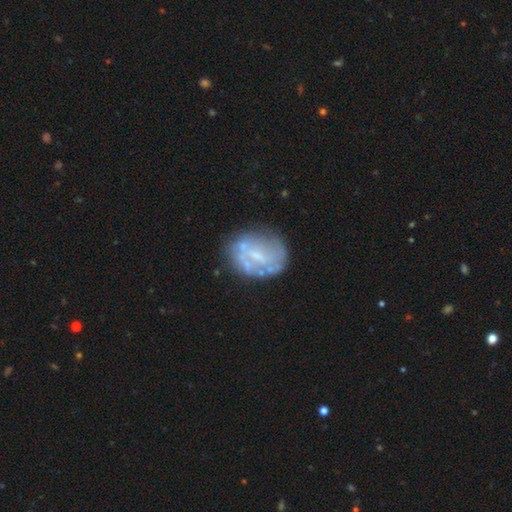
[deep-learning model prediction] smooth-or-featured: featured or disk: 64% | smooth: 27% | star or artifact: 9%
  disk-edge-on: no: 97% | yes: 3%
    bar: weak: 44% | no: 40% | strong: 16%
    has-spiral-arms: no: 54% | yes: 46%
    bulge-size: small: 46% | none: 29% | moderate: 22% | large: 2% | dominant: 1%
  merging: none: 62% | minor disturbance: 21% | major disturbance: 12% | merger: 5%